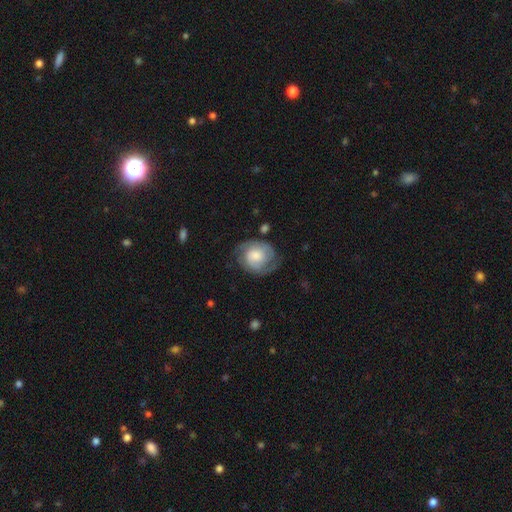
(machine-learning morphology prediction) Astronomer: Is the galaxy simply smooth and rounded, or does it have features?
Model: featured or disk — 60%.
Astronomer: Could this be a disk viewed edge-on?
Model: no — 98%.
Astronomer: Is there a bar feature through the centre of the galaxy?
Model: no — 69%.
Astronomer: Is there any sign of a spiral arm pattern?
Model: yes — 86%.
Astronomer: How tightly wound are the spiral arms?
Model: tight — 44% (runner-up: medium, 40%).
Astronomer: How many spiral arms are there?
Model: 2 — 76%.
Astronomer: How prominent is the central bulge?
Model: moderate — 32%, tied with large at 32%.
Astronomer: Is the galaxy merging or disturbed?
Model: none — 61%.